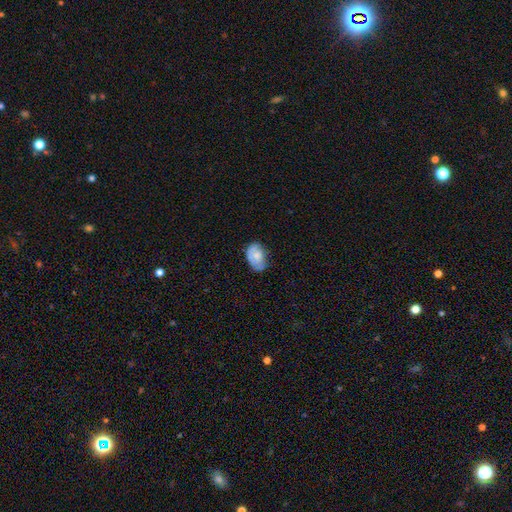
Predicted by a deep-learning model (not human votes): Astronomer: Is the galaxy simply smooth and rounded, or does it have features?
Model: smooth — 67%.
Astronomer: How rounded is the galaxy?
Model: in between — 85%.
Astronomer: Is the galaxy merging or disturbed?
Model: none — 54% (runner-up: minor disturbance, 34%).